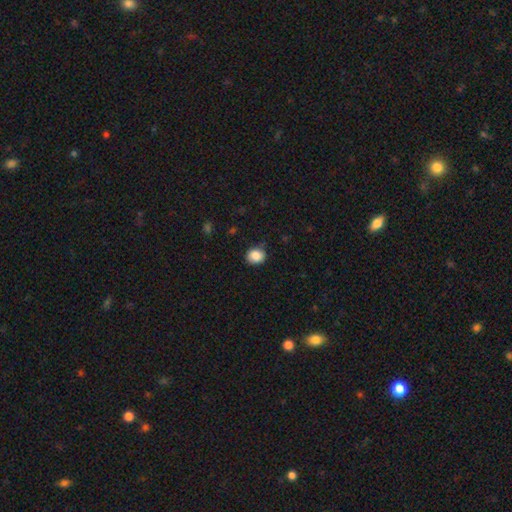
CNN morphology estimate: Smooth or featured? Predicted: smooth (p=0.87). How rounded? Predicted: round (p=0.69). Merging? Predicted: none (p=0.79).